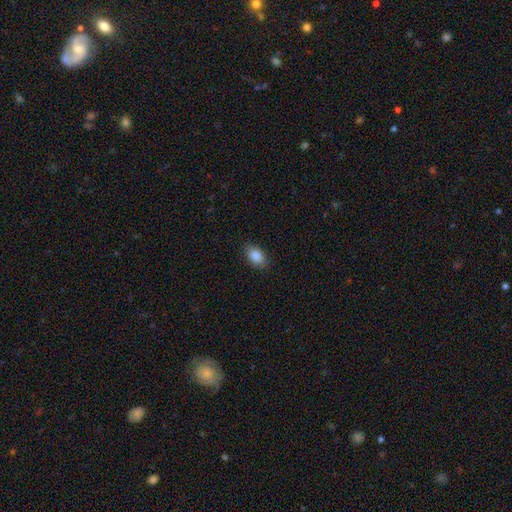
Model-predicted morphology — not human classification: Q: Smooth or featured?
A: smooth (88%); runner-up: star or artifact (7%)
Q: How rounded?
A: in between (91%); runner-up: round (7%)
Q: Merging?
A: none (86%); runner-up: minor disturbance (11%)